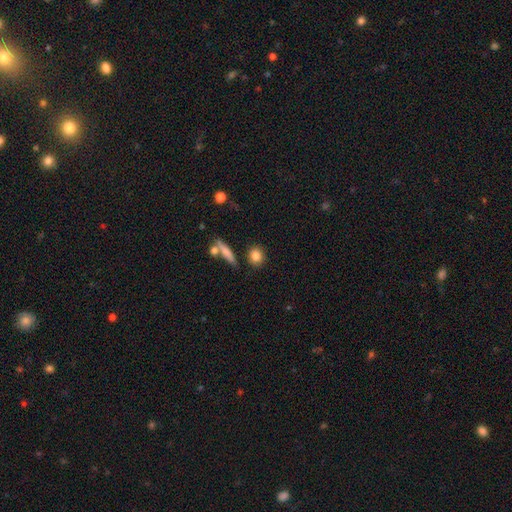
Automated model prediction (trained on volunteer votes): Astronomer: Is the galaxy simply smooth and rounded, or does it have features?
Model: smooth — 83%.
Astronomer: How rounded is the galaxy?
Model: round — 73%.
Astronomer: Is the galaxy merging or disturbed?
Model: none — 82%.